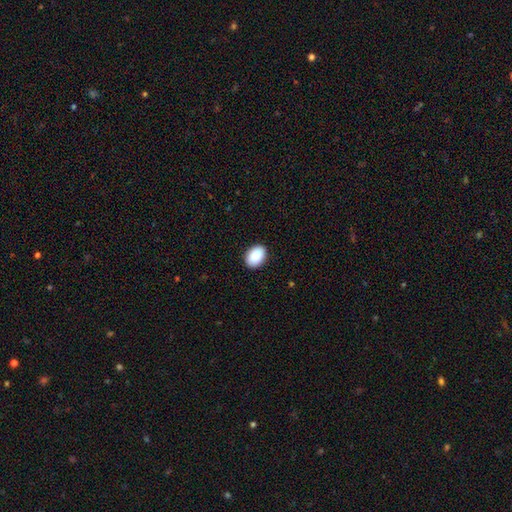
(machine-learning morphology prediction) type=smooth (89%); roundness=in between (81%); merging=none (91%).